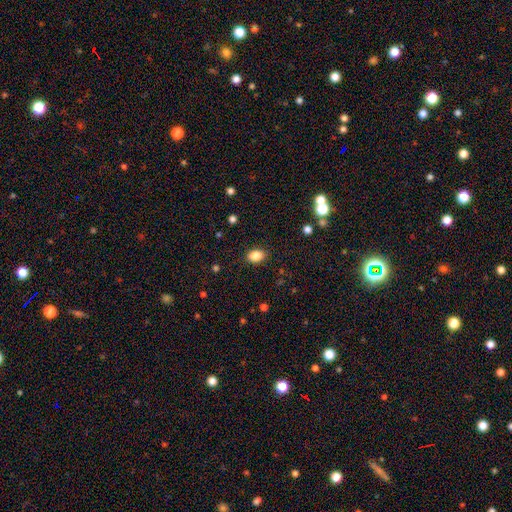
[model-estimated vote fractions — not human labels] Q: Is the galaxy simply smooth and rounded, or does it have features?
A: smooth — 86%.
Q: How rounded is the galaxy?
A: in between — 76%.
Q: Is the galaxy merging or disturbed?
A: none — 88%.